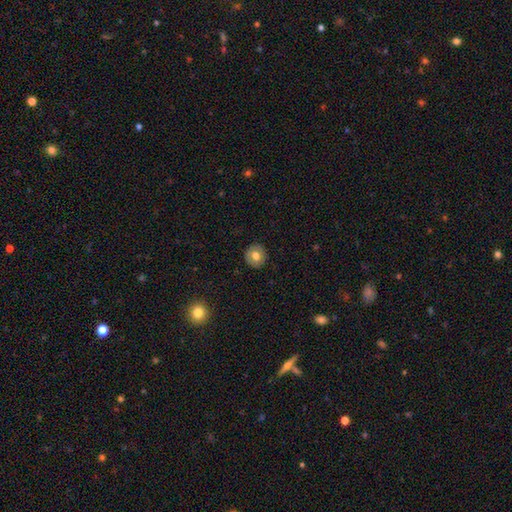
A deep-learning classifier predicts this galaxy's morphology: Smooth or featured: smooth — 70% (featured or disk — 21%)
How rounded: round — 92% (in between — 7%)
Merging: none — 90% (minor disturbance — 7%)